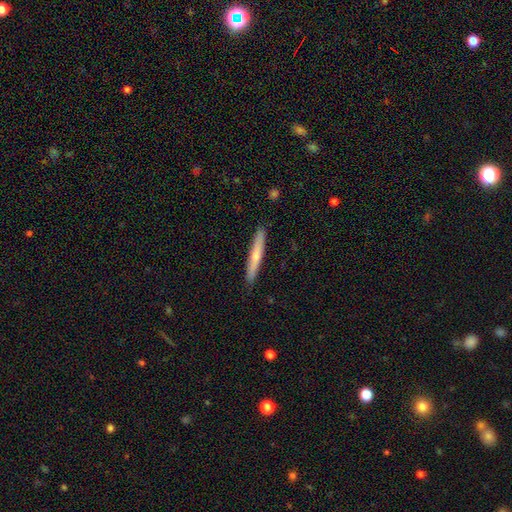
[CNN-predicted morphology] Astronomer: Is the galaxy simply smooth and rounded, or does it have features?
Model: smooth — 49% (runner-up: featured or disk, 45%).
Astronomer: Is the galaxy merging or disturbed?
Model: none — 90%.